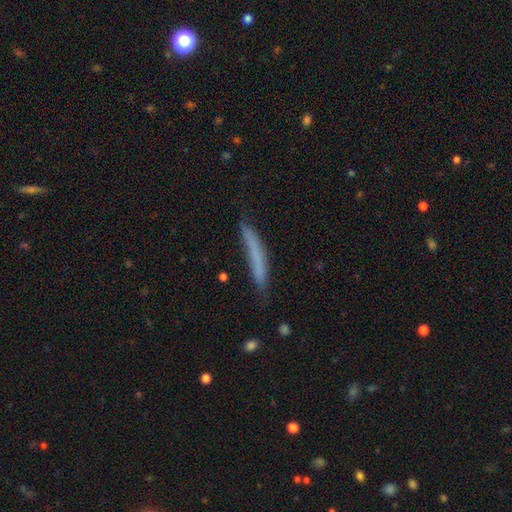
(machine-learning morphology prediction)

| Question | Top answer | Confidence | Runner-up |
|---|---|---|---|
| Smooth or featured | smooth | 66% | featured or disk (27%) |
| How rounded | cigar-shaped | 95% | in between (4%) |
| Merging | none | 66% | minor disturbance (24%) |